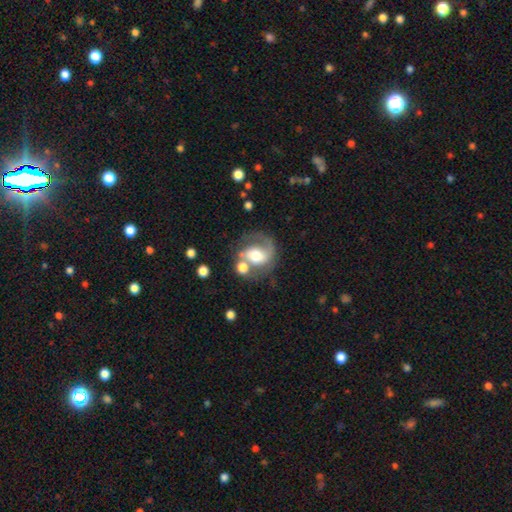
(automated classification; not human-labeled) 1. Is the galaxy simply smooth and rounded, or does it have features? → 64% featured or disk, 27% smooth, 8% star or artifact.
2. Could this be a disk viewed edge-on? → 97% no, 3% yes.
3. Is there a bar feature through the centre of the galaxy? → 45% no, 37% weak, 18% strong.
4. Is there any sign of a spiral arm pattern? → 83% yes, 17% no.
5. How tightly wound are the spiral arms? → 48% medium, 28% loose, 24% tight.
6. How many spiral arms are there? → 61% 2, 29% 1, 7% can't tell, 1% 3, 1% 4, 1% more than 4.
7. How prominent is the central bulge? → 54% moderate, 29% large, 11% small, 4% dominant, 2% none.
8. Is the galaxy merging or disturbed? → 47% none, 18% merger, 18% minor disturbance, 17% major disturbance.